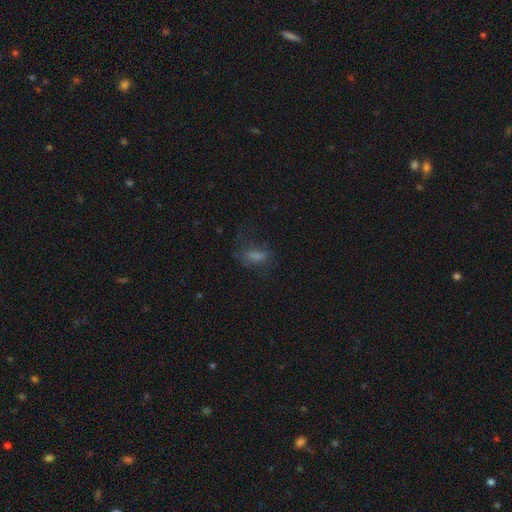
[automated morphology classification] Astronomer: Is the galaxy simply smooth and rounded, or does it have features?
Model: smooth — 52%.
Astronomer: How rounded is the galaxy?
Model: in between — 68%.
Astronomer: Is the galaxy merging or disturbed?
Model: none — 57%.